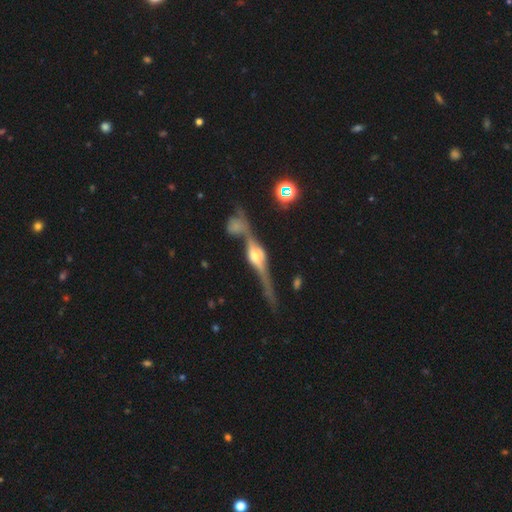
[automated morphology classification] Smooth or featured?
  - featured or disk: 87% *
  - smooth: 7%
  - star or artifact: 6%
Edge-on disk?
  - yes: 93% *
  - no: 7%
Edge-on bulge?
  - rounded: 91% *
  - boxy: 7%
  - none: 2%
Merging?
  - none: 58% *
  - merger: 19%
  - minor disturbance: 15%
  - major disturbance: 8%